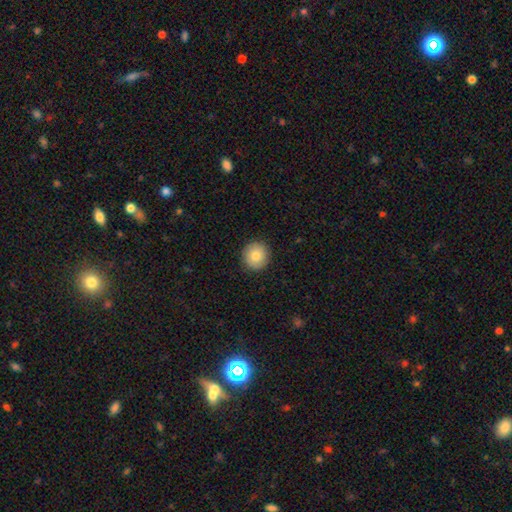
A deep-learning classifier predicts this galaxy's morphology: smooth 76%, featured or disk 16%, star or artifact 8%. Down the decision tree: how rounded — round (92%); merging — none (90%).